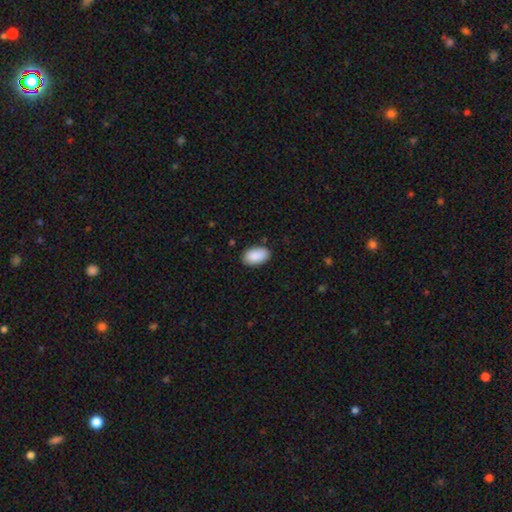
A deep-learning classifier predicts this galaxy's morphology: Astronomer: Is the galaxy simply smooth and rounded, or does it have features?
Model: smooth — 90%.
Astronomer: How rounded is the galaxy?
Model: in between — 95%.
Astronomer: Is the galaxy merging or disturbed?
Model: none — 86%.